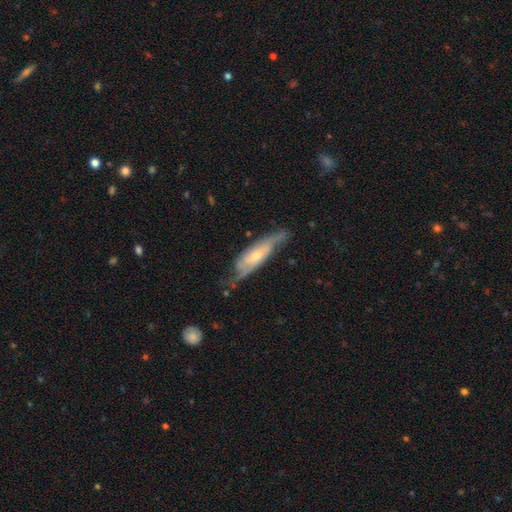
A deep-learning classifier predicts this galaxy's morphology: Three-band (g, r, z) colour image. It shows a featured or disk galaxy (66%). Merging: none (56%).